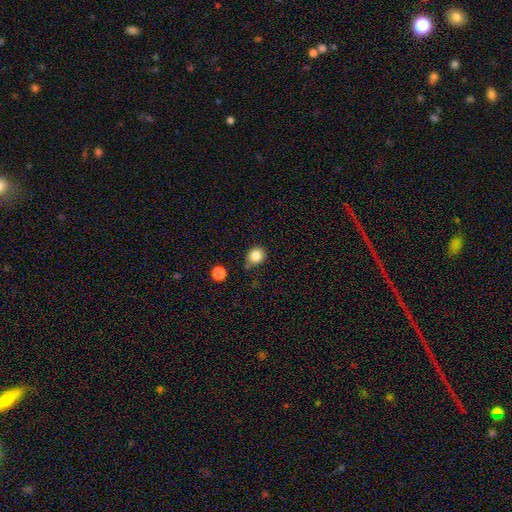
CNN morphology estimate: Overall: smooth (84%). How rounded: round (83%). Merging: none (71%).